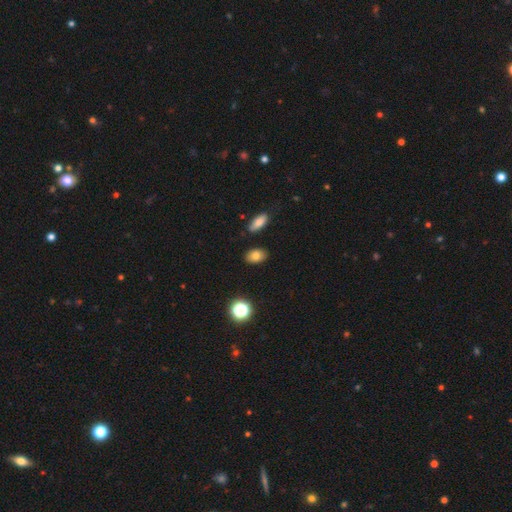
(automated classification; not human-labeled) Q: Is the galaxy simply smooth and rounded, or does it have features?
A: smooth — 80%.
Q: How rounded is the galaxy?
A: in between — 84%.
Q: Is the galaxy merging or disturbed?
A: none — 86%.